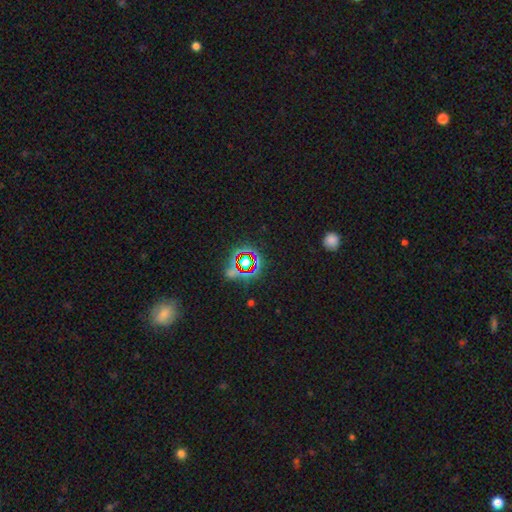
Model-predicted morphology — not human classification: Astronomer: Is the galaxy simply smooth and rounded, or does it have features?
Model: star or artifact — 74%.